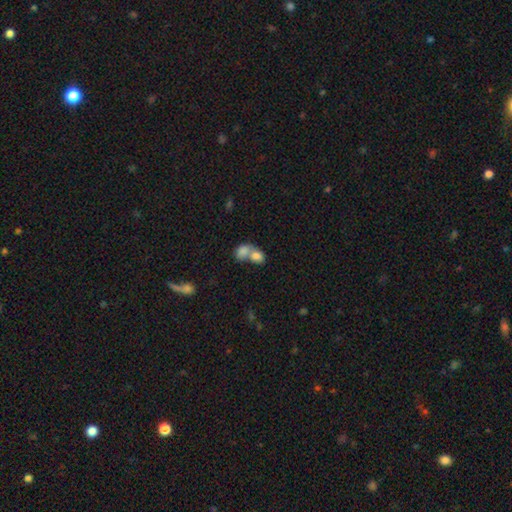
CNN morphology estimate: Smooth or featured? smooth (80%)
How rounded? in between (65%)
Merging? merger (75%)